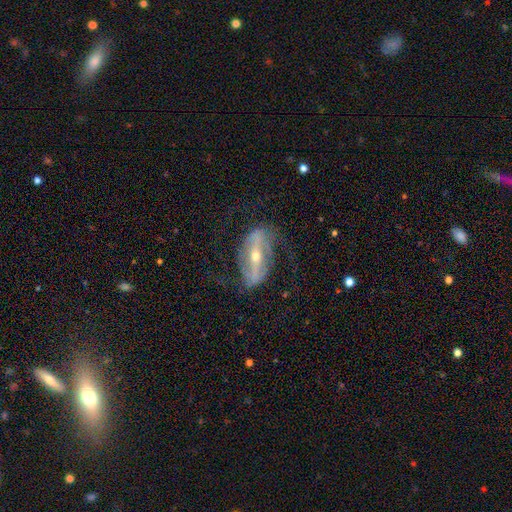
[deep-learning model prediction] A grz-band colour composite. It shows a featured or disk galaxy (84%) with a strong bar (72%), 2 (84%) loose (43%) spiral arms (79%) and a small central bulge (54%). Merging: none (67%).